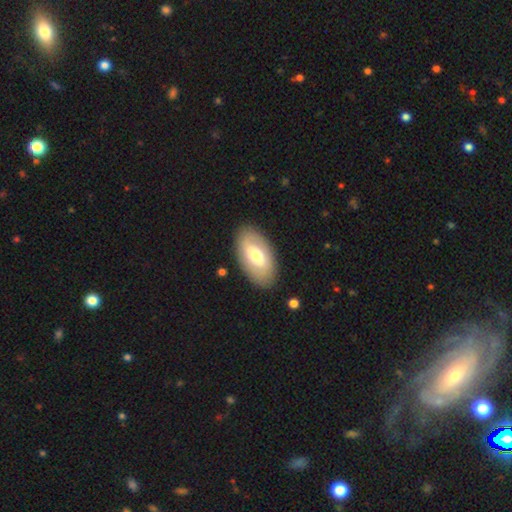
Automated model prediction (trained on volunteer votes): This is possibly a smooth galaxy (53%). How rounded: clearly in between (94%). Merging: clearly none (86%).